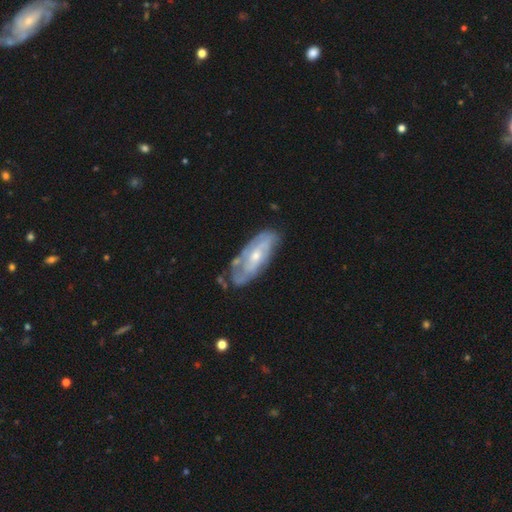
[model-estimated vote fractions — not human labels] smooth_or_featured: featured or disk (p=0.73) [alt: smooth p=0.21]
disk_edge_on: no (p=0.89) [alt: yes p=0.11]
bar: no (p=0.61) [alt: weak p=0.31]
has_spiral_arms: yes (p=0.78) [alt: no p=0.22]
spiral_winding: tight (p=0.55) [alt: medium p=0.32]
spiral_arm_count: can't tell (p=0.48) [alt: 2 p=0.34]
bulge_size: small (p=0.55) [alt: moderate p=0.41]
merging: none (p=0.60) [alt: minor disturbance p=0.26]